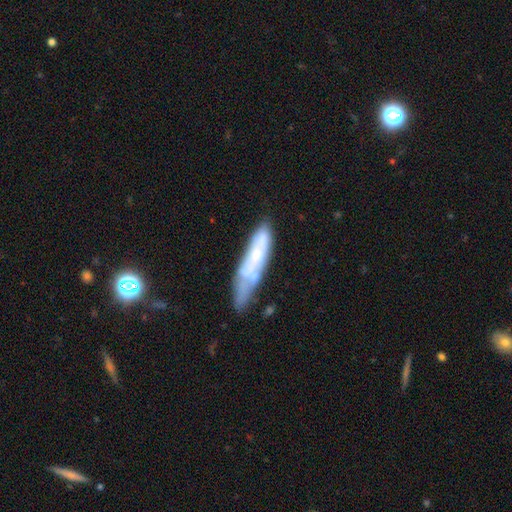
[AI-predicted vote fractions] Overall: featured or disk (46%, tied with smooth). Merging: none (47%; minor disturbance 29%).